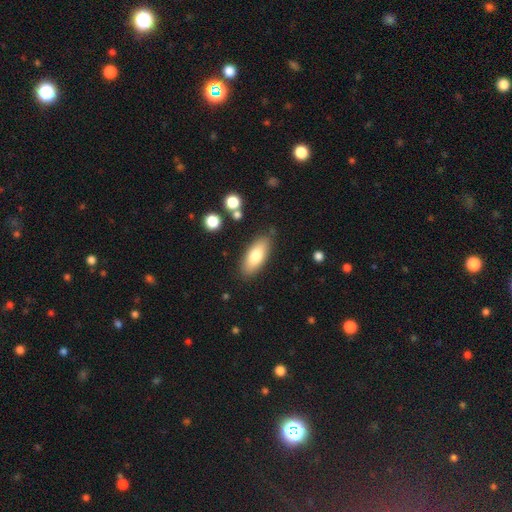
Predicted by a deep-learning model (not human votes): Smooth or featured?
  - smooth: 75% *
  - featured or disk: 19%
  - star or artifact: 6%
How rounded?
  - in between: 78% *
  - cigar-shaped: 20%
  - round: 2%
Merging?
  - none: 83% *
  - minor disturbance: 12%
  - major disturbance: 3%
  - merger: 2%